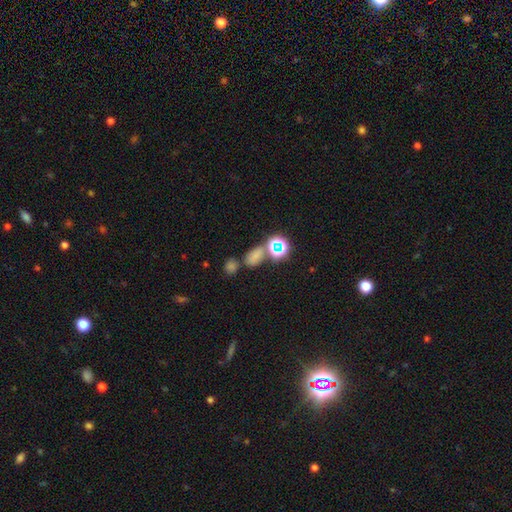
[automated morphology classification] Smooth or featured? Predicted: smooth (p=0.59). How rounded? Predicted: in between (p=0.76). Merging? Predicted: none (p=0.59).